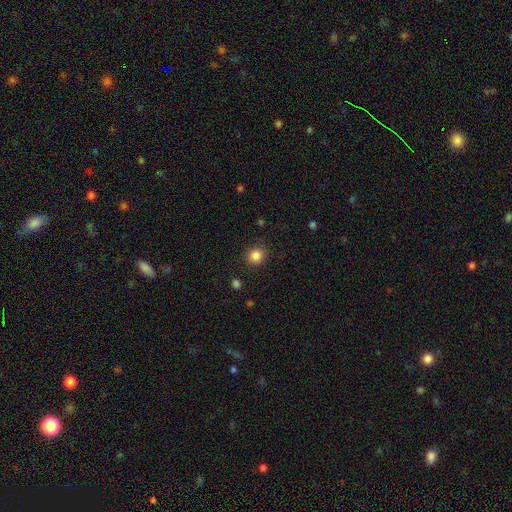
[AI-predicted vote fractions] smooth_or_featured: smooth (p=0.85) [alt: star or artifact p=0.11]
how_rounded: round (p=0.86) [alt: in between p=0.13]
merging: none (p=0.89) [alt: minor disturbance p=0.07]